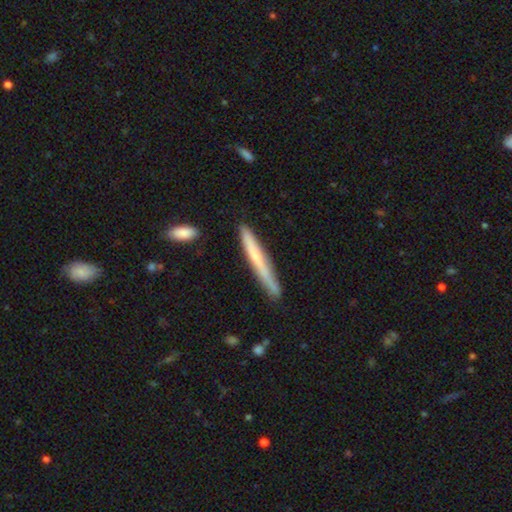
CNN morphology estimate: Q: Smooth or featured?
A: smooth (54%); runner-up: featured or disk (40%)
Q: How rounded?
A: cigar-shaped (96%); runner-up: in between (2%)
Q: Merging?
A: none (81%); runner-up: minor disturbance (14%)